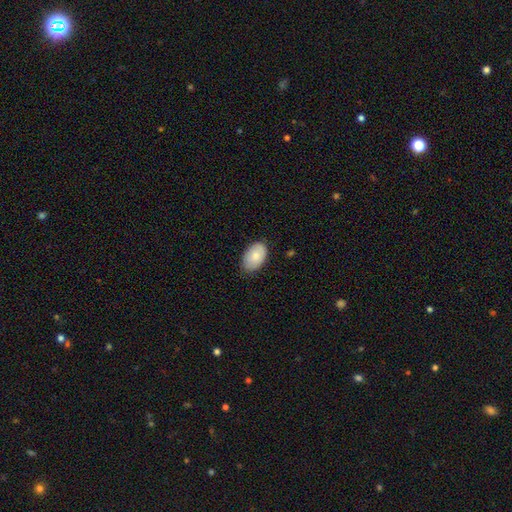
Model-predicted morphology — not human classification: This appears to be a smooth galaxy with no disk features (81%) that is in between round and cigar-shaped (92%). Merging: none (78%).